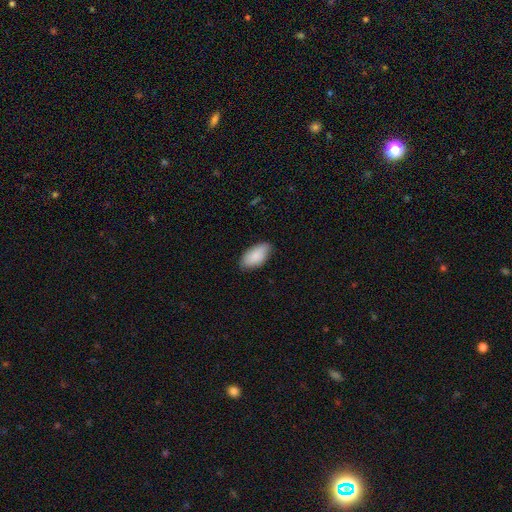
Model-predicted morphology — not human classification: The model was most divided on "merging": none: 77%, minor disturbance: 19%, major disturbance: 3%, merger: 1%. More confident: how rounded — in between (94%); smooth or featured — smooth (86%).